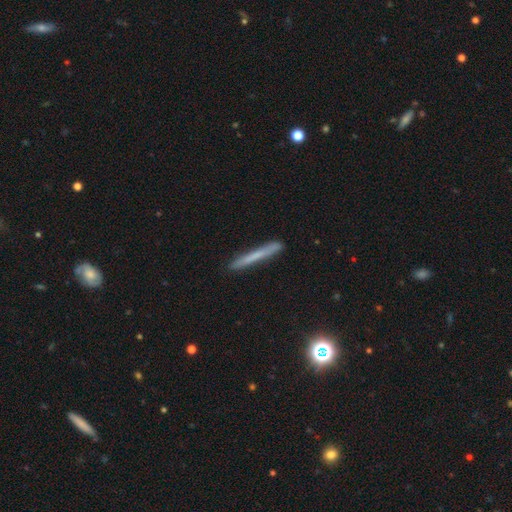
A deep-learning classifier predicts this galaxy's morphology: Smooth or featured?
  - smooth: 59% *
  - featured or disk: 33%
  - star or artifact: 9%
How rounded?
  - cigar-shaped: 97% *
  - in between: 2%
  - round: 1%
Merging?
  - none: 88% *
  - minor disturbance: 9%
  - major disturbance: 2%
  - merger: 2%